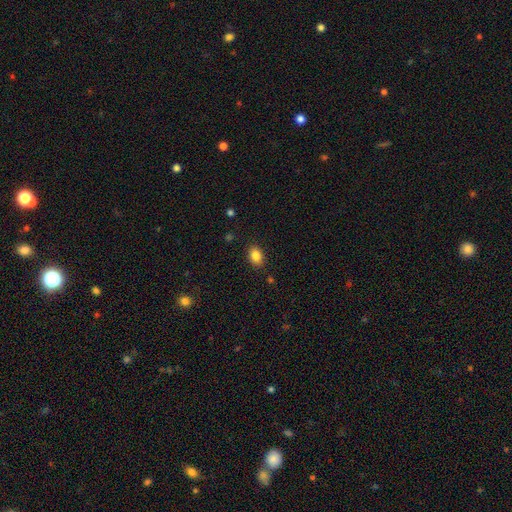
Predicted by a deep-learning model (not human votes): Overall: smooth (85%). How rounded: in between (75%). Merging: none (87%).